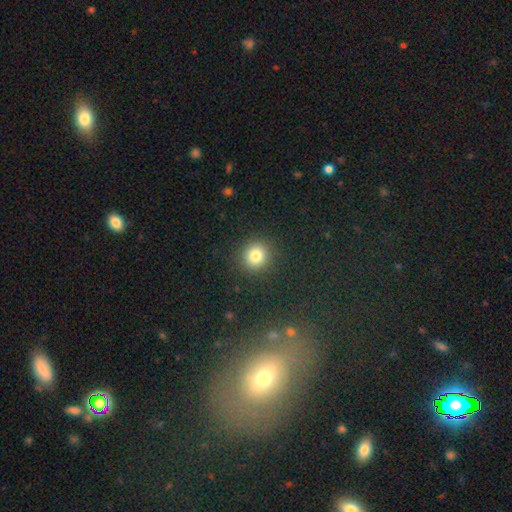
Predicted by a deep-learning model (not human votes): This appears to be a smooth galaxy with no disk features (80%) that is round (91%). Merging: none (90%).